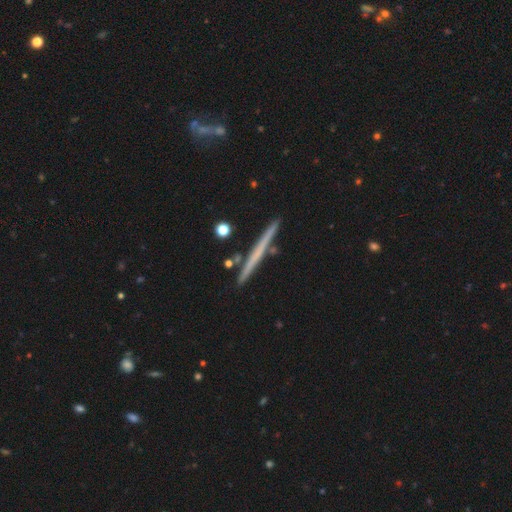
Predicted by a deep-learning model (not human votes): Smooth or featured?
  - featured or disk: 53% *
  - smooth: 41%
  - star or artifact: 6%
Edge-on disk?
  - yes: 97% *
  - no: 3%
Edge-on bulge?
  - none: 91% *
  - rounded: 6%
  - boxy: 3%
Merging?
  - none: 89% *
  - minor disturbance: 7%
  - merger: 3%
  - major disturbance: 1%